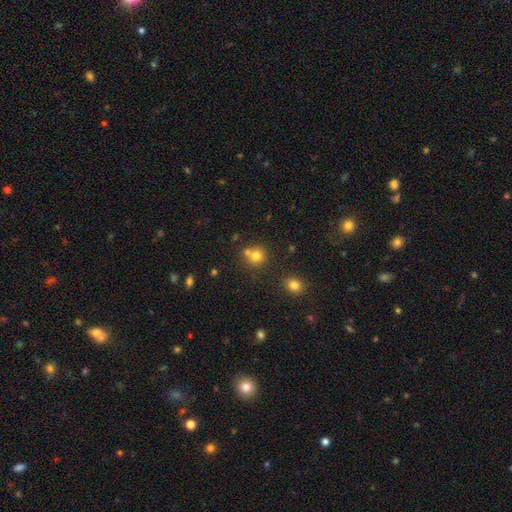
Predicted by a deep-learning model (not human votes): A smooth galaxy with no disk features (75%) that is round (88%).

Vote fractions:
- Smooth or featured? smooth: 75% / star or artifact: 14% / featured or disk: 10%
- How rounded? round: 88% / in between: 11% / cigar-shaped: 1%
- Merging? none: 59% / merger: 29% / minor disturbance: 9% / major disturbance: 3%